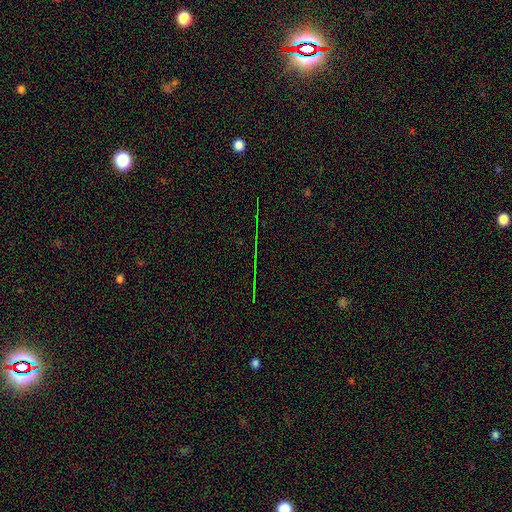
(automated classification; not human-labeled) The model was most divided on "smooth or featured": star or artifact: 78%, smooth: 13%, featured or disk: 9%.